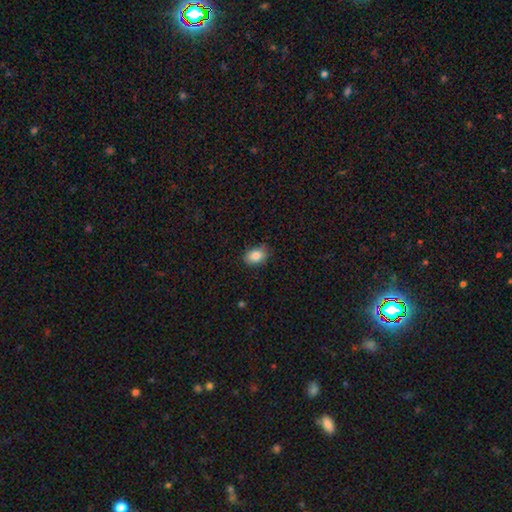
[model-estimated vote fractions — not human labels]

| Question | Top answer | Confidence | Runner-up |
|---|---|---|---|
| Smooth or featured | smooth | 86% | star or artifact (8%) |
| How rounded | in between | 80% | round (19%) |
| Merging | none | 80% | minor disturbance (16%) |